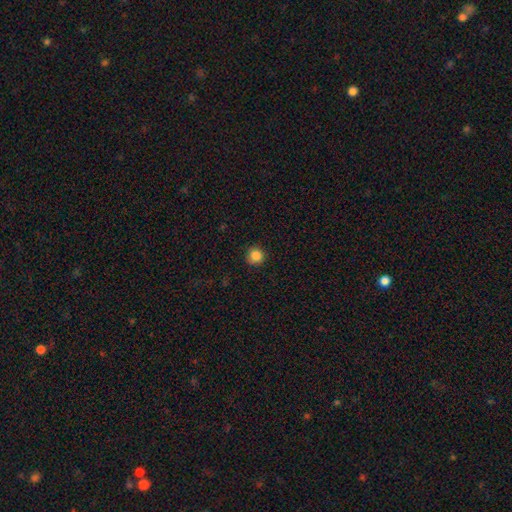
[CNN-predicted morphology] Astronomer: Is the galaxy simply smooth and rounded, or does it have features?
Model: smooth — 86%.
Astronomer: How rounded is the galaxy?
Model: round — 93%.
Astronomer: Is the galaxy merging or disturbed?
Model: none — 87%.